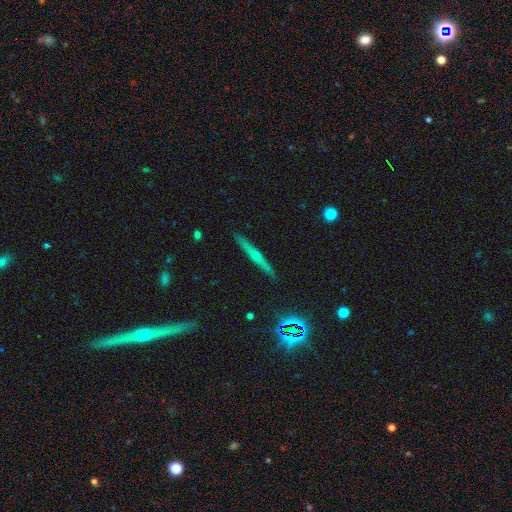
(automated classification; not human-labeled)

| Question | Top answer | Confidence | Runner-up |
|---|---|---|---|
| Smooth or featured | featured or disk | 69% | smooth (19%) |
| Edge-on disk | yes | 96% | no (4%) |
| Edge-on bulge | rounded | 85% | none (13%) |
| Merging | none | 90% | minor disturbance (7%) |